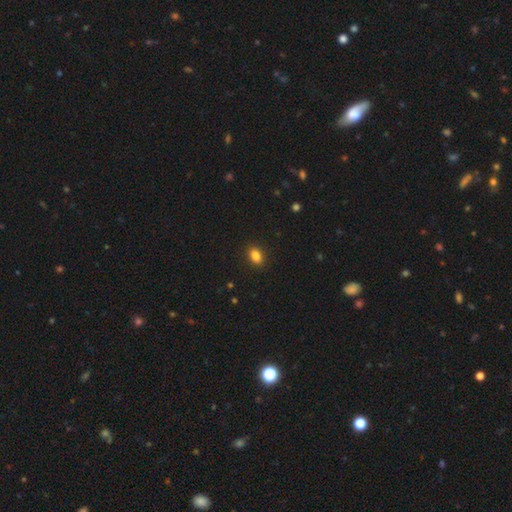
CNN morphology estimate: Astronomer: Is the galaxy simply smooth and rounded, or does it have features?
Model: smooth — 86%.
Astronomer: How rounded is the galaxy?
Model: in between — 80%.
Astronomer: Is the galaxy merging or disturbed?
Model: none — 90%.